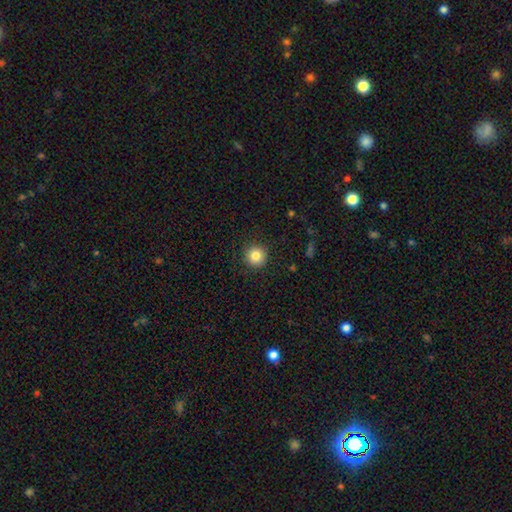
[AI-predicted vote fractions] A smooth galaxy with no disk features (84%) that is round (95%). Merging: none (91%).